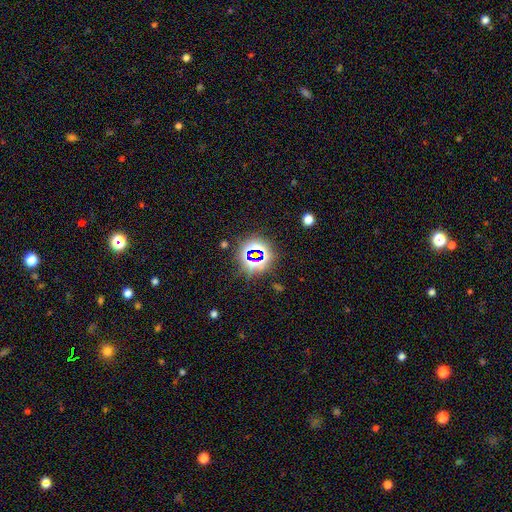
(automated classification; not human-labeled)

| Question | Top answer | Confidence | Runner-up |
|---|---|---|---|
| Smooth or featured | star or artifact | 74% | smooth (17%) |